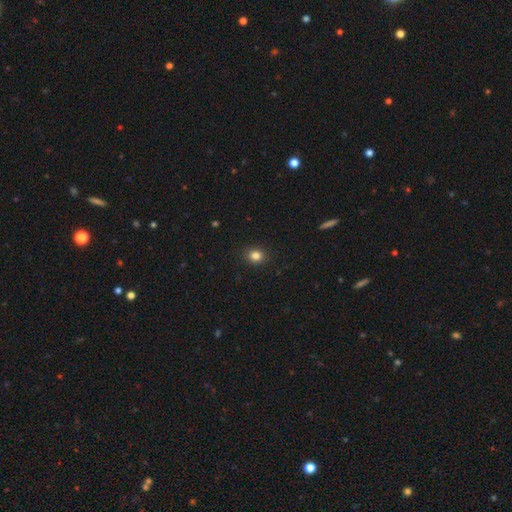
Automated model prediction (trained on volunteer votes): smooth_or_featured: smooth (p=0.83) [alt: star or artifact p=0.12]
how_rounded: round (p=0.76) [alt: in between p=0.23]
merging: none (p=0.91) [alt: minor disturbance p=0.06]